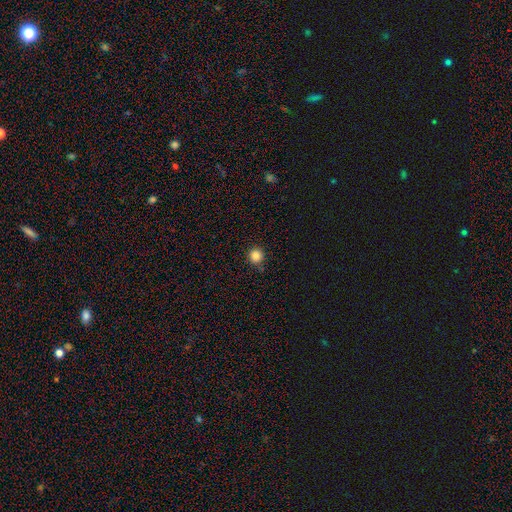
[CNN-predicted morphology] smooth-or-featured: smooth: 85% | star or artifact: 12% | featured or disk: 4%
  how-rounded: round: 95% | in between: 4% | cigar-shaped: 1%
  merging: none: 87% | minor disturbance: 8% | merger: 3% | major disturbance: 2%